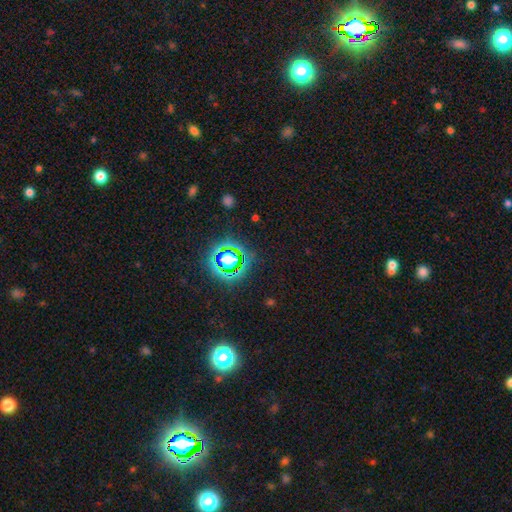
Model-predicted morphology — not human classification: The model was most divided on "smooth or featured": star or artifact: 77%, smooth: 15%, featured or disk: 7%.